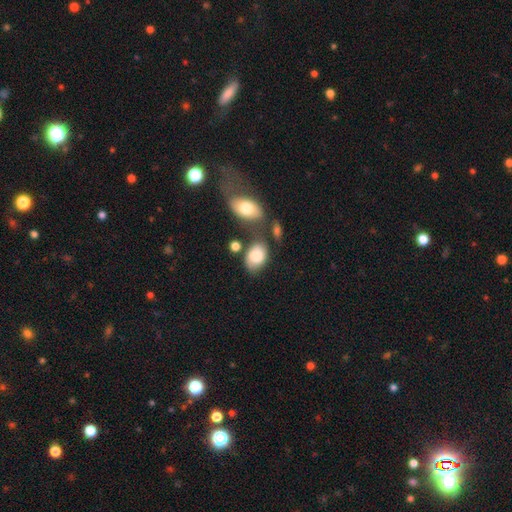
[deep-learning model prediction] Smooth or featured? Predicted: smooth (p=0.76). How rounded? Predicted: in between (p=0.84). Merging? Predicted: none (p=0.53).